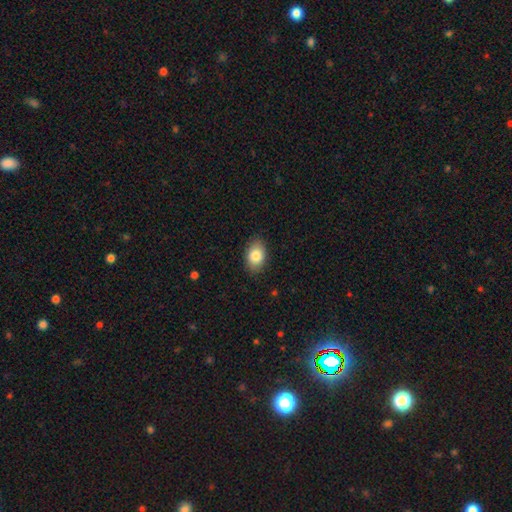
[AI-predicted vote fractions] smooth 84%, featured or disk 8%, star or artifact 8%. Down the decision tree: how rounded — in between (85%); merging — none (87%).